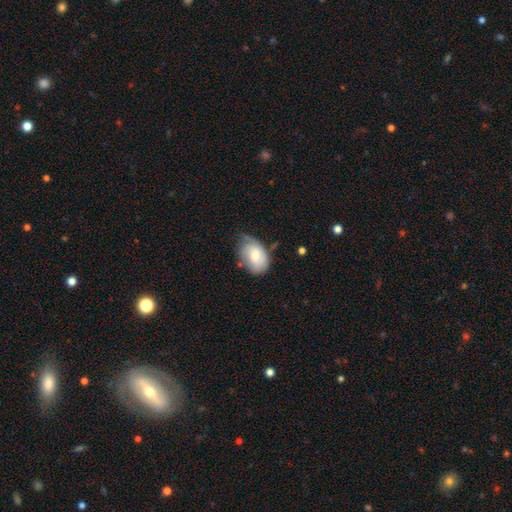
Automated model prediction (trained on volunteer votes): Smooth or featured? Predicted: smooth (p=0.62). How rounded? Predicted: in between (p=0.83). Merging? Predicted: none (p=0.47).